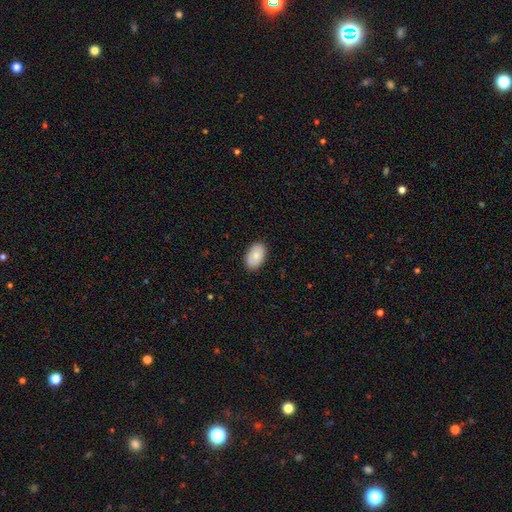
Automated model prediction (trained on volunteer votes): smooth-or-featured: smooth: 80% | featured or disk: 13% | star or artifact: 6%
  how-rounded: in between: 93% | round: 6% | cigar-shaped: 1%
  merging: none: 87% | minor disturbance: 10% | major disturbance: 2% | merger: 1%